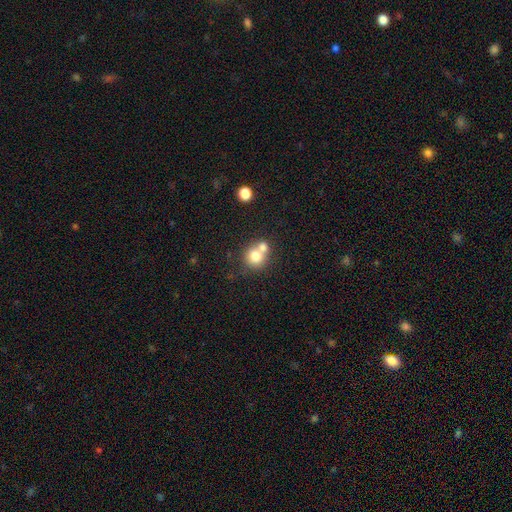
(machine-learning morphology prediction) Smooth or featured? smooth (75%)
How rounded? round (84%)
Merging? merger (53%)